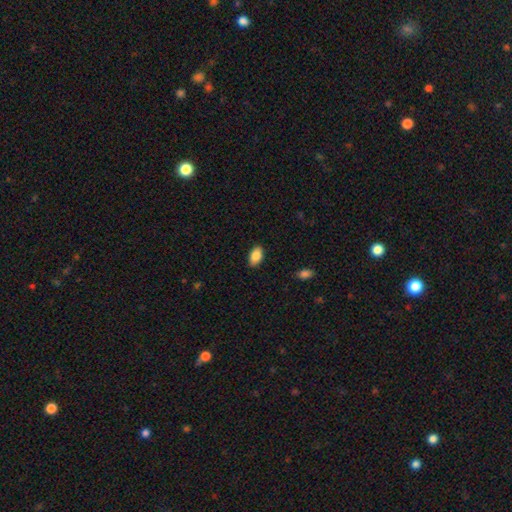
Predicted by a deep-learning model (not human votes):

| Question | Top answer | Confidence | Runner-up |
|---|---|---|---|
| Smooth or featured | smooth | 86% | star or artifact (7%) |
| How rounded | in between | 93% | round (5%) |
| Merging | none | 87% | minor disturbance (10%) |